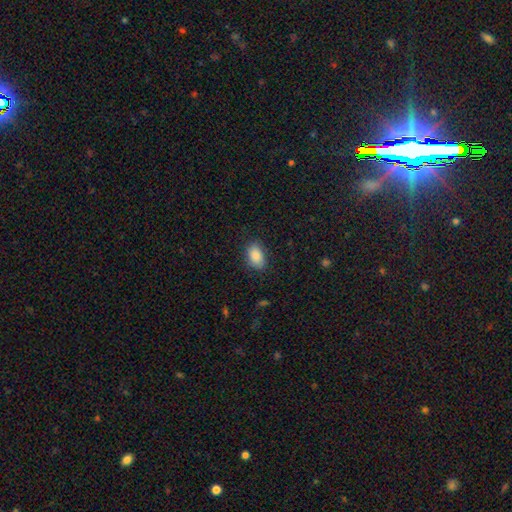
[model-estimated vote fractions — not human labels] A smooth galaxy with no disk features (88%) that is in between round and cigar-shaped (90%). Merging: none (83%).